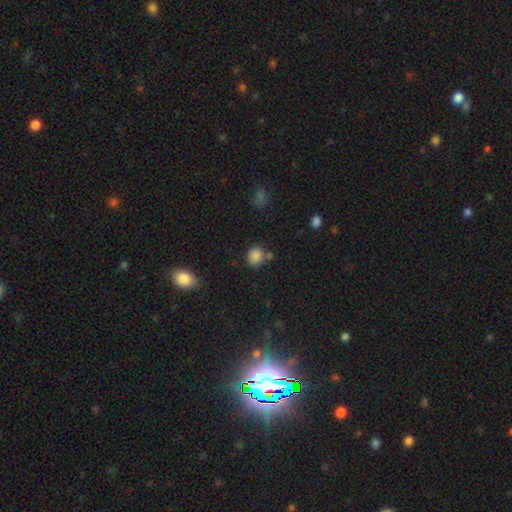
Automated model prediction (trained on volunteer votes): This appears to be a smooth galaxy with no disk features (84%) that is round (75%). Merging: none (69%).